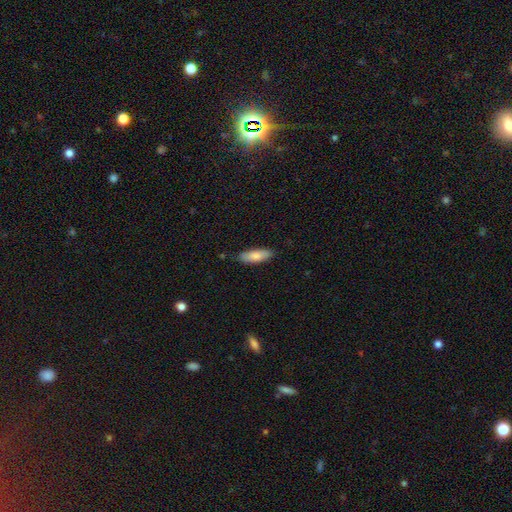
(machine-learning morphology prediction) Smooth or featured?
  - smooth: 82% *
  - featured or disk: 12%
  - star or artifact: 6%
How rounded?
  - in between: 61% *
  - cigar-shaped: 37%
  - round: 2%
Merging?
  - none: 82% *
  - minor disturbance: 14%
  - major disturbance: 2%
  - merger: 1%